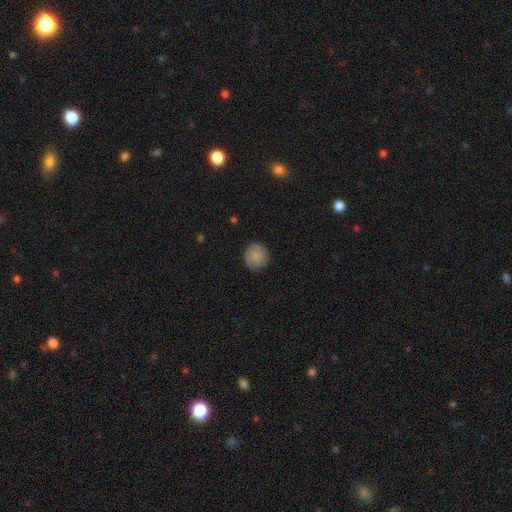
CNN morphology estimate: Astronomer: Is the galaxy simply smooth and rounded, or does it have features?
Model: smooth — 85%.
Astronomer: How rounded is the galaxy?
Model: round — 91%.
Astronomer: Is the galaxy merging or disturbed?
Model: none — 88%.